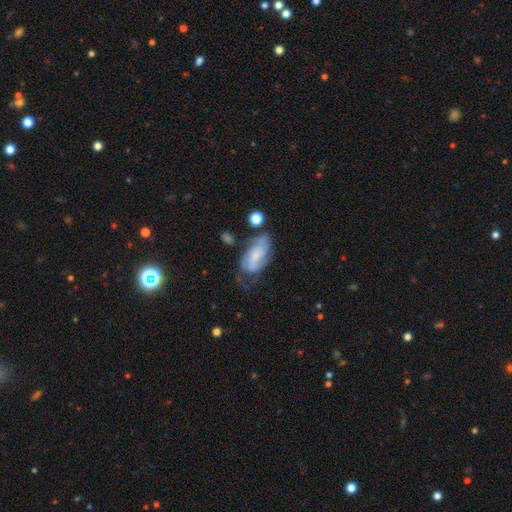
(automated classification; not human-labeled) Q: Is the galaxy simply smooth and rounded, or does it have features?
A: featured or disk — 52%.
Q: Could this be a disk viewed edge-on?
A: no — 93%.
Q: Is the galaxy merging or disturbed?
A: none — 41%.